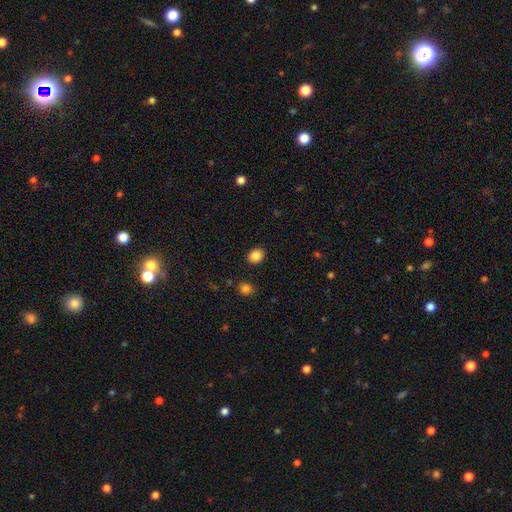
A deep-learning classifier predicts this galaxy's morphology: Smooth or featured?
  - smooth: 86% *
  - star or artifact: 10%
  - featured or disk: 4%
How rounded?
  - round: 61% *
  - in between: 38%
  - cigar-shaped: 1%
Merging?
  - none: 89% *
  - minor disturbance: 7%
  - major disturbance: 2%
  - merger: 2%